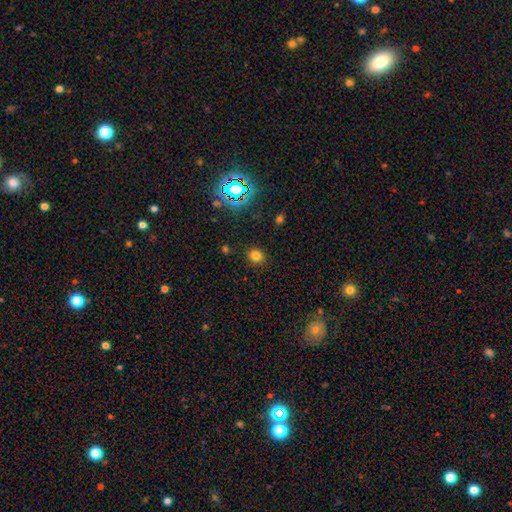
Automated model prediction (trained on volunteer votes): Morphology: type=smooth (75%); roundness=round (83%); merging=none (88%).